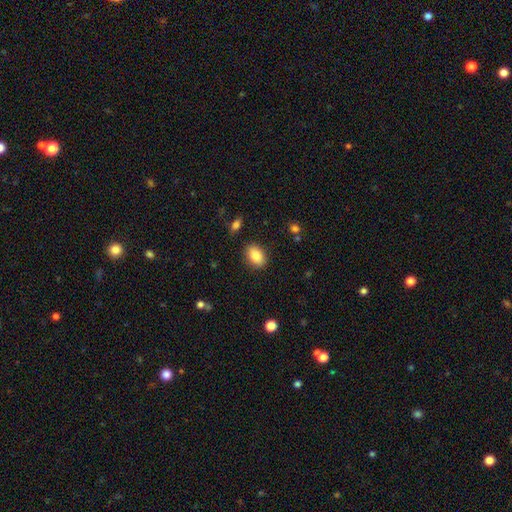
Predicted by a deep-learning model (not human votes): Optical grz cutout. It shows a smooth galaxy with no disk features (85%) that is in between round and cigar-shaped (87%). Merging: none (87%).